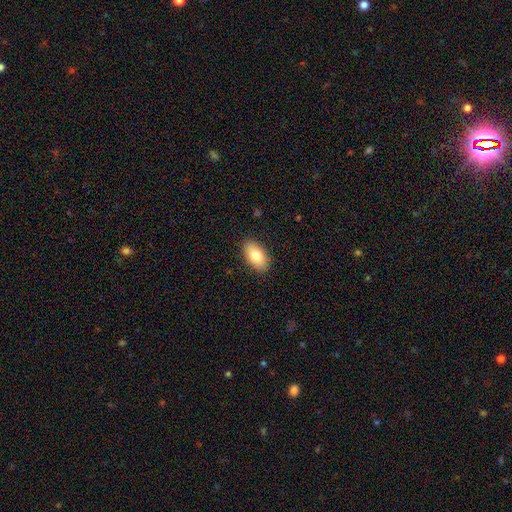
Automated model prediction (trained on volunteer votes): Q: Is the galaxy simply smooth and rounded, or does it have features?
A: smooth — 81%.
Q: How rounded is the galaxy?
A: in between — 93%.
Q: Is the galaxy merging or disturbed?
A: none — 88%.